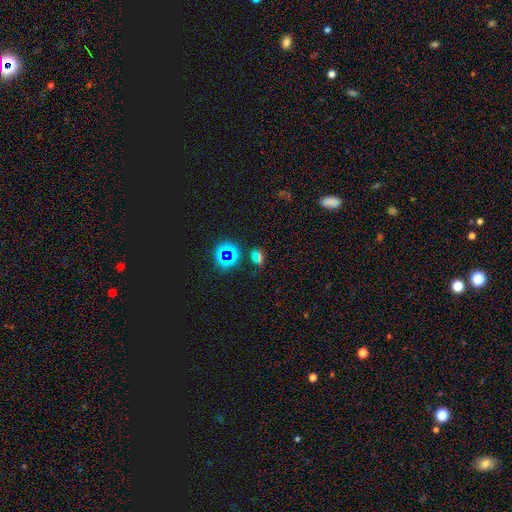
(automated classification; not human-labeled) This is possibly a star or artifact rather than a galaxy (57%).